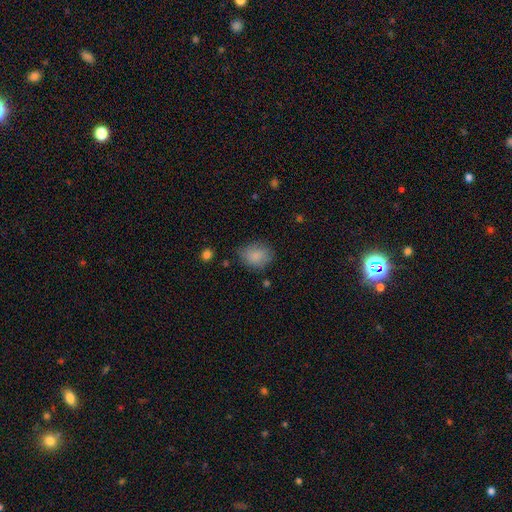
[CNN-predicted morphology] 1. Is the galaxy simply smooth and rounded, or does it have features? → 83% smooth, 9% star or artifact, 8% featured or disk.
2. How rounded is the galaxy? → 56% round, 43% in between, 1% cigar-shaped.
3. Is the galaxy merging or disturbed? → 71% none, 21% minor disturbance, 5% major disturbance, 2% merger.